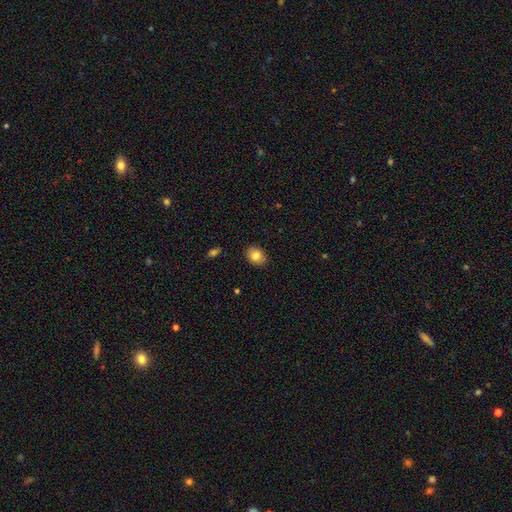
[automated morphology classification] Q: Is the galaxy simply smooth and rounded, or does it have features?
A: smooth — 84%.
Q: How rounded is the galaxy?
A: in between — 67%.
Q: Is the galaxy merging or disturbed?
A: none — 89%.